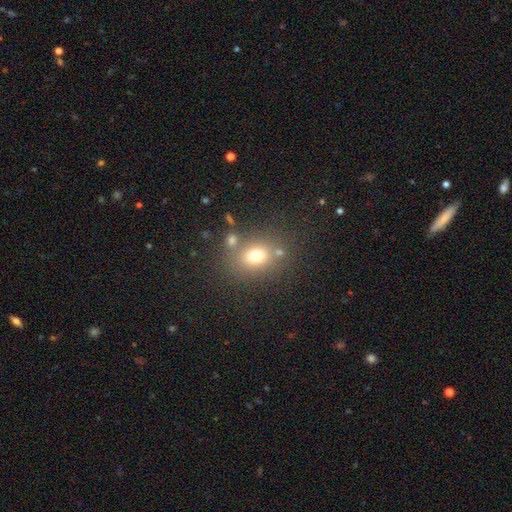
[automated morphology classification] type=smooth (73%); roundness=in between (51%); merging=none (69%).